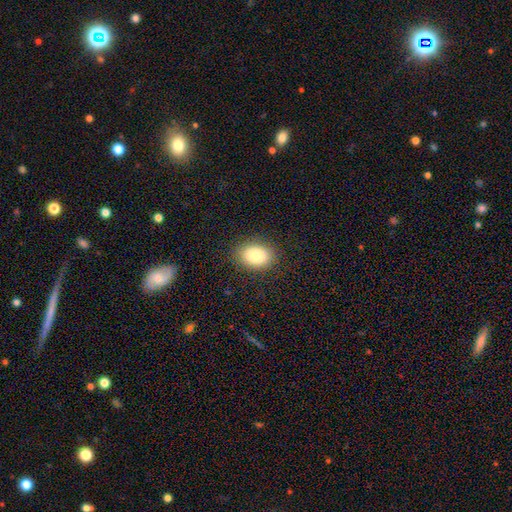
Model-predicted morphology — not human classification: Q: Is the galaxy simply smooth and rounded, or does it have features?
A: smooth — 86%.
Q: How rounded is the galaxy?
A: in between — 80%.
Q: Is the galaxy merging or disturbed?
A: none — 87%.